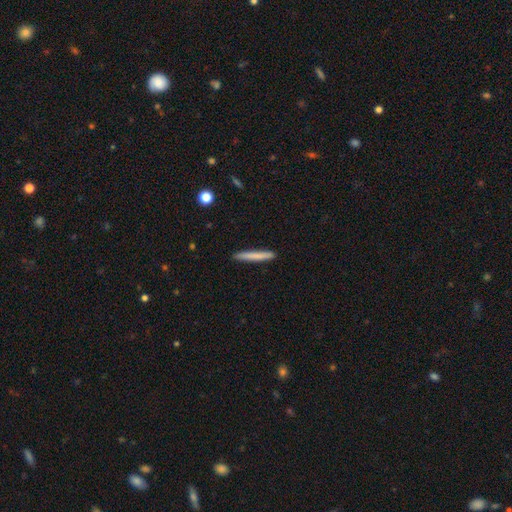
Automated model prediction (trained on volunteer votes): A smooth galaxy with no disk features (75%) that is cigar-shaped (96%). Merging: none (91%).